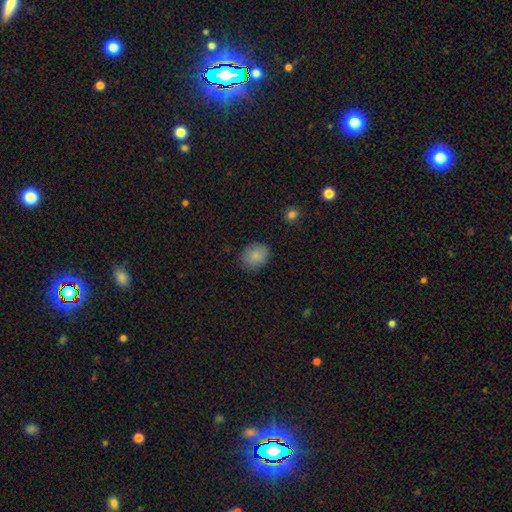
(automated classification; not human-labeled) Q: Smooth or featured?
A: smooth (86%); runner-up: star or artifact (9%)
Q: How rounded?
A: round (59%); runner-up: in between (40%)
Q: Merging?
A: none (84%); runner-up: minor disturbance (12%)